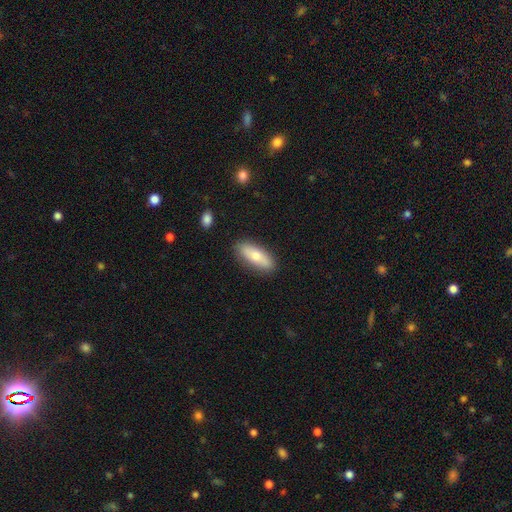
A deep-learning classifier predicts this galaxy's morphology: type=smooth (68%); roundness=in between (66%); merging=none (87%).